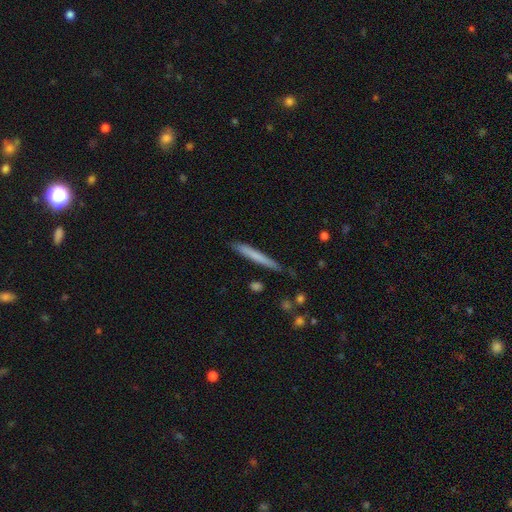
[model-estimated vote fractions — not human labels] A smooth galaxy with no disk features (67%) that is cigar-shaped (96%). Merging: none (86%).